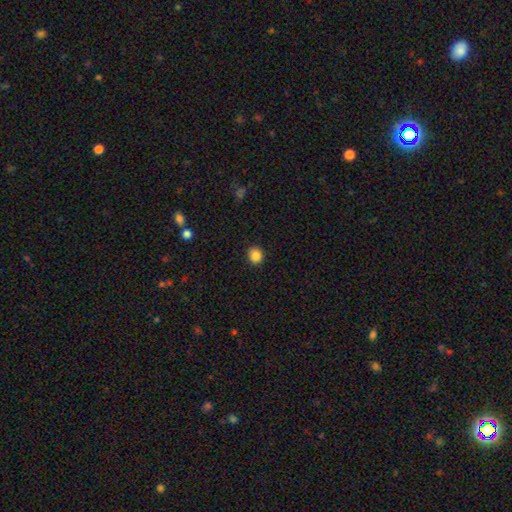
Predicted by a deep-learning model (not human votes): smooth-or-featured: smooth: 86% | star or artifact: 10% | featured or disk: 4%
  how-rounded: round: 80% | in between: 19% | cigar-shaped: 1%
  merging: none: 88% | minor disturbance: 9% | major disturbance: 2% | merger: 1%